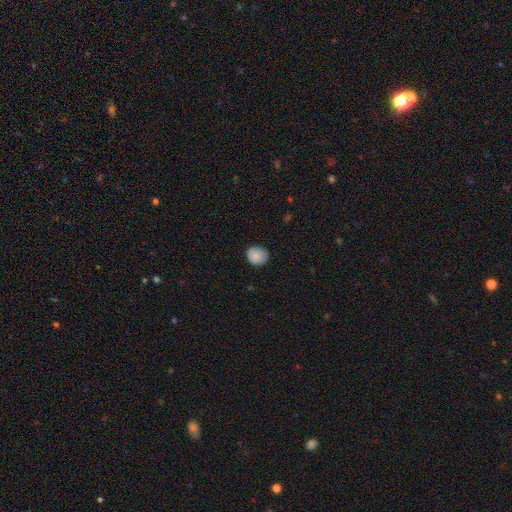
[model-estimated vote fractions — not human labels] Morphology: type=smooth (81%); roundness=round (70%); merging=none (79%).